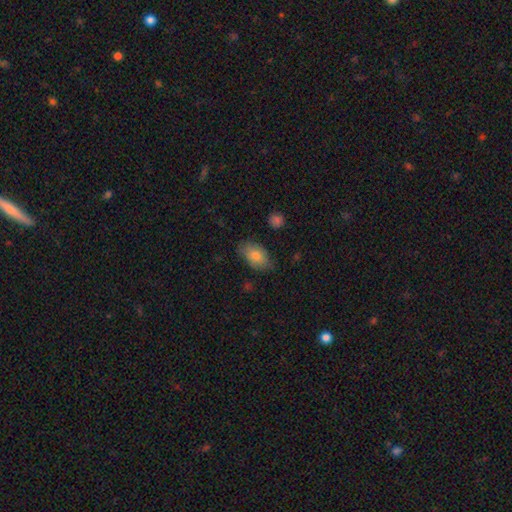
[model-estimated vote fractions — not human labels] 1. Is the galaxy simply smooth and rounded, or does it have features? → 79% smooth, 14% featured or disk, 7% star or artifact.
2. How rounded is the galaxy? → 91% in between, 7% round, 2% cigar-shaped.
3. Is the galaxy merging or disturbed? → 74% none, 21% minor disturbance, 4% major disturbance, 1% merger.